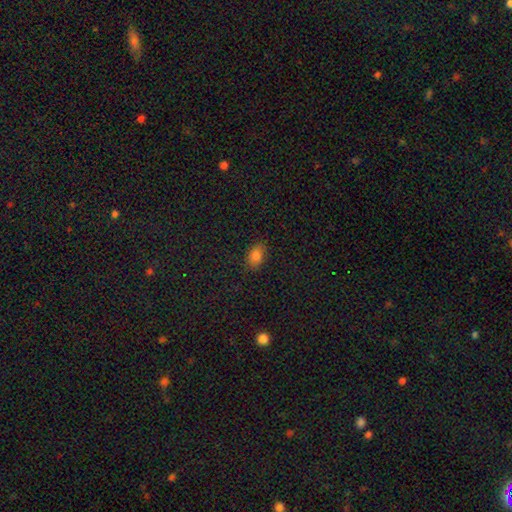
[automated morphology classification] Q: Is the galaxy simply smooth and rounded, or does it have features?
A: smooth — 82%.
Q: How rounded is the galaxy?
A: in between — 87%.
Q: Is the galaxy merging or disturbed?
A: none — 83%.